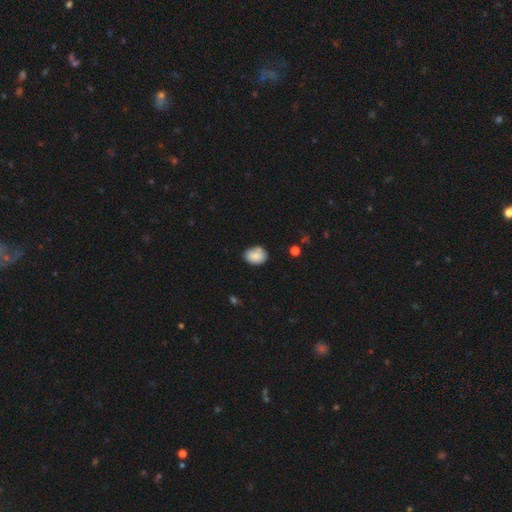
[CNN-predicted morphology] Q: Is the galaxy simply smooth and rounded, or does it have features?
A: smooth — 86%.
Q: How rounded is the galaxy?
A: in between — 66%.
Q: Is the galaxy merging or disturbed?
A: none — 72%.